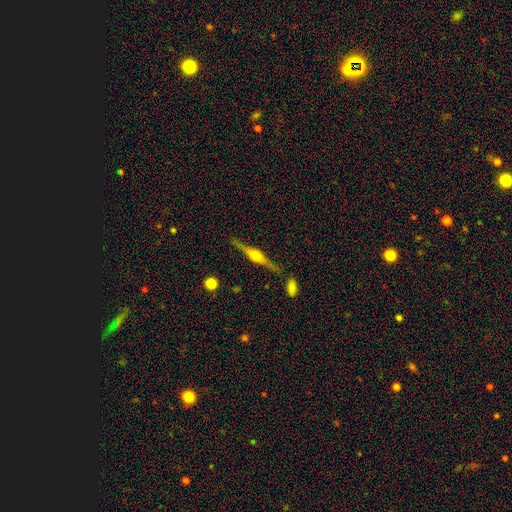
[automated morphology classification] Smooth or featured? Predicted: featured or disk (p=0.81). Edge-on disk? Predicted: yes (p=0.98). Edge-on bulge? Predicted: rounded (p=0.89). Merging? Predicted: none (p=0.86).